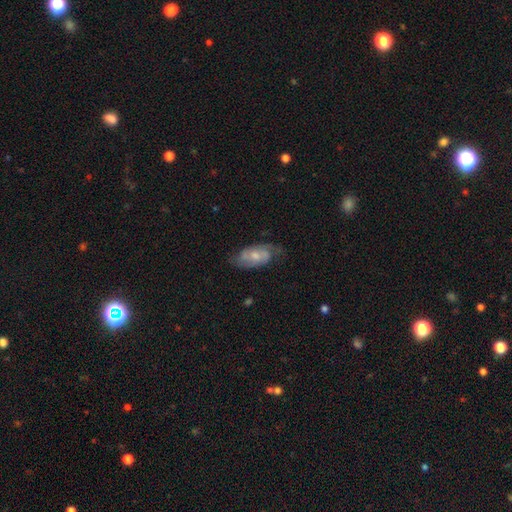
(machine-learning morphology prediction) A featured or disk galaxy (65%) with no bar (52%), 2 (74%) medium (46%) spiral arms (87%) and a moderate central bulge (48%).

Vote fractions:
- Smooth or featured? featured or disk: 65% / smooth: 28% / star or artifact: 7%
- Edge-on disk? no: 94% / yes: 6%
- Bar? no: 52% / weak: 39% / strong: 8%
- Spiral arms? yes: 87% / no: 13%
- Spiral winding? medium: 46% / tight: 31% / loose: 23%
- Spiral arm count? 2: 74% / can't tell: 17% / 3: 4% / 1: 3% / 4: 1% / more than 4: 1%
- Bulge size? moderate: 48% / small: 42% / none: 5% / large: 4% / dominant: 1%
- Merging? none: 65% / minor disturbance: 23% / major disturbance: 10% / merger: 2%